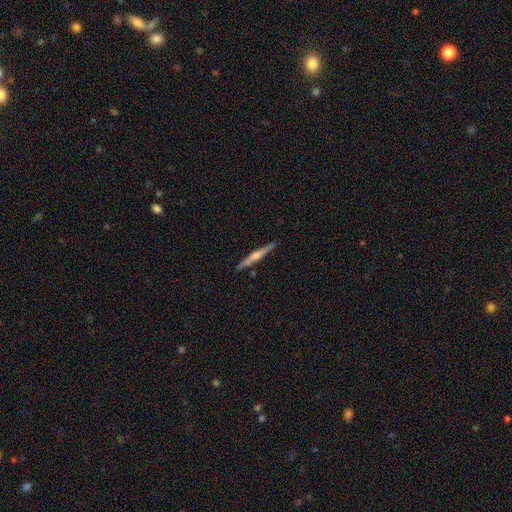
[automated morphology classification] Q: Smooth or featured?
A: featured or disk (65%); runner-up: smooth (29%)
Q: Edge-on disk?
A: yes (98%); runner-up: no (2%)
Q: Edge-on bulge?
A: rounded (74%); runner-up: none (14%)
Q: Merging?
A: none (90%); runner-up: minor disturbance (7%)